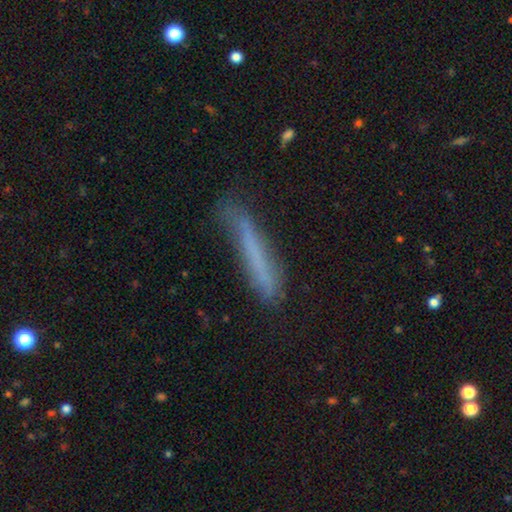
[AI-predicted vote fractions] A smooth galaxy with no disk features (60%) that is cigar-shaped (95%). Merging: none (70%).